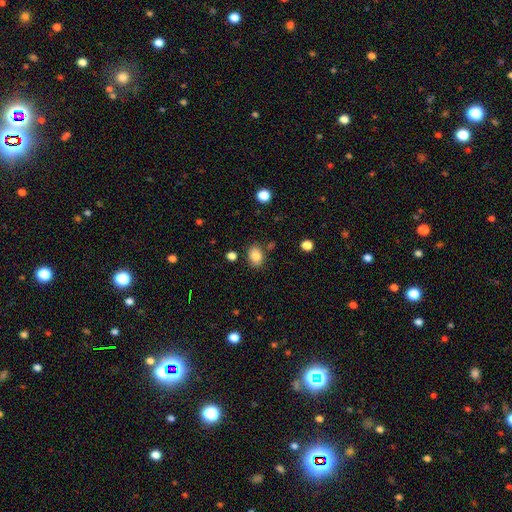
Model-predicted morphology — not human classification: This is clearly a smooth galaxy (85%). How rounded: likely in between (70%). Merging: clearly none (80%).